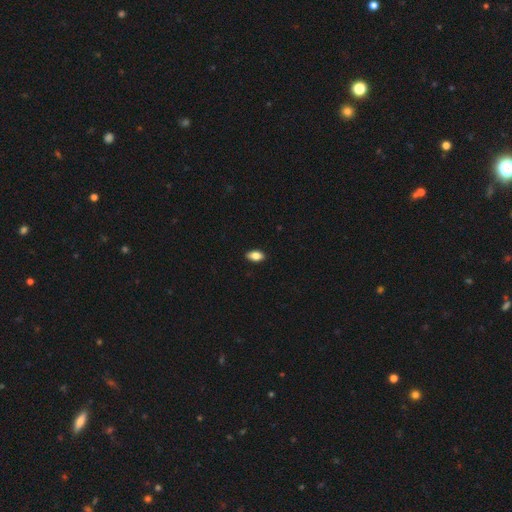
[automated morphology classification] Overall: smooth (83%). How rounded: in between (90%). Merging: none (89%).